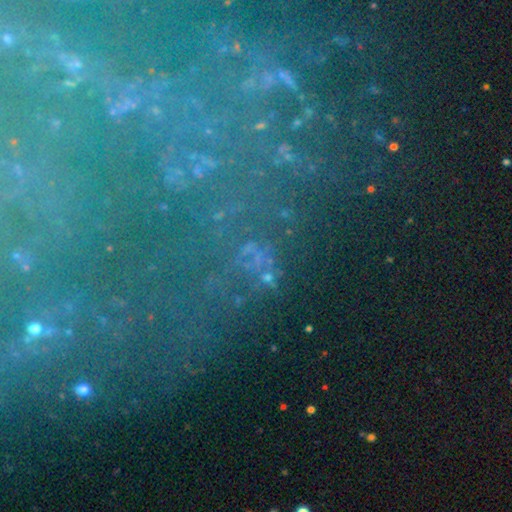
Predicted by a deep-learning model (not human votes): smooth_or_featured: star or artifact (p=0.63) [alt: featured or disk p=0.19]